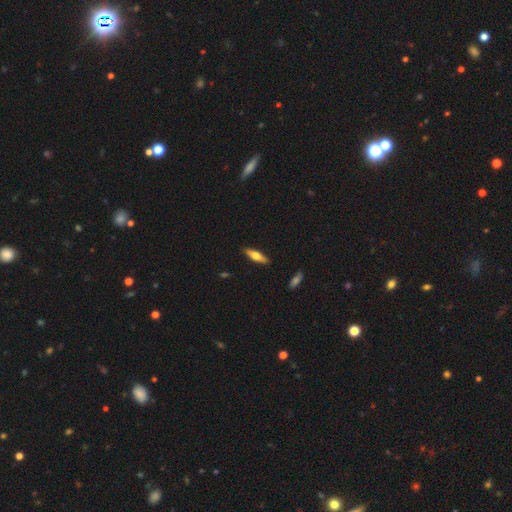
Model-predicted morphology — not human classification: Overall: smooth (56%; featured or disk 38%). How rounded: cigar-shaped (56%; in between 41%). Merging: none (89%).